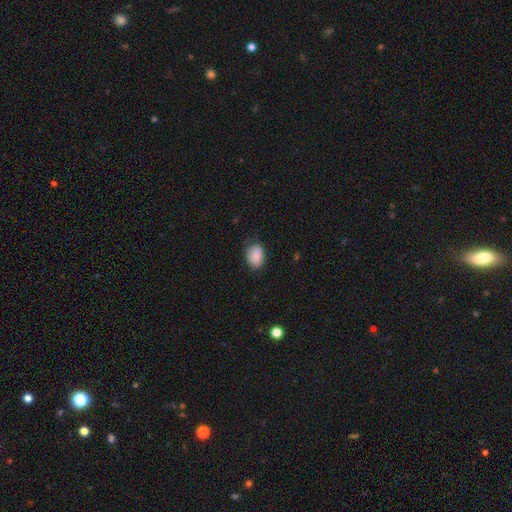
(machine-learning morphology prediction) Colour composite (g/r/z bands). It shows a smooth galaxy with no disk features (84%) that is in between round and cigar-shaped (69%). Merging: none (71%).